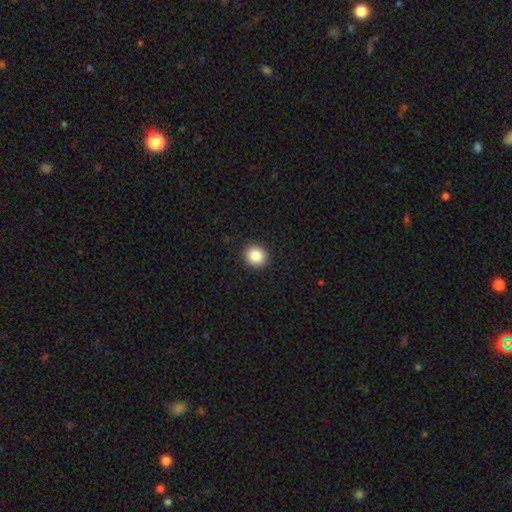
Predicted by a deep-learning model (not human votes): Smooth or featured? smooth (86%)
How rounded? round (88%)
Merging? none (93%)